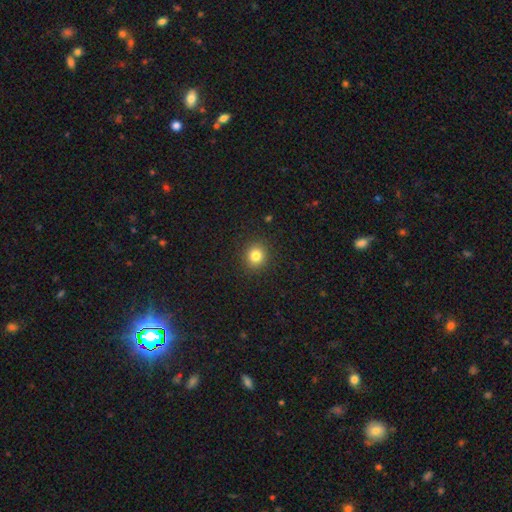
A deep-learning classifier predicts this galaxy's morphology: smooth_or_featured: smooth (p=0.82) [alt: star or artifact p=0.12]
how_rounded: round (p=0.87) [alt: in between p=0.12]
merging: none (p=0.91) [alt: minor disturbance p=0.06]